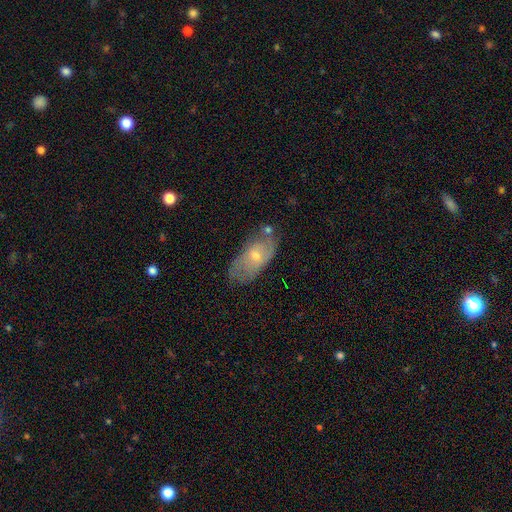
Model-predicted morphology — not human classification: Overall: featured or disk (48%; smooth 45%). Merging: none (57%; minor disturbance 27%).